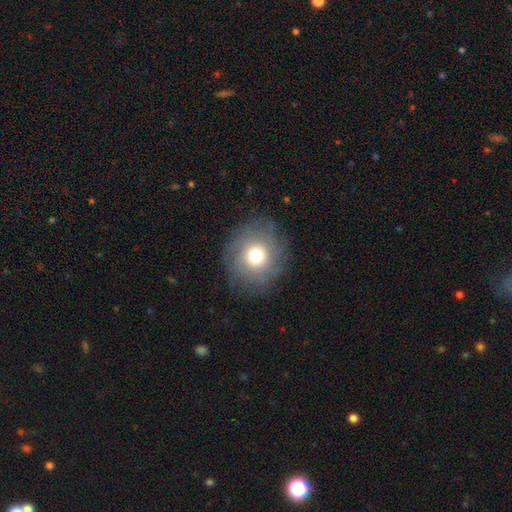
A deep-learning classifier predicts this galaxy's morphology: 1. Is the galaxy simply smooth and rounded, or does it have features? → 66% smooth, 22% featured or disk, 12% star or artifact.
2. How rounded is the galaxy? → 86% round, 13% in between, 1% cigar-shaped.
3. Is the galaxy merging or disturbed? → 79% none, 13% minor disturbance, 7% major disturbance, 1% merger.